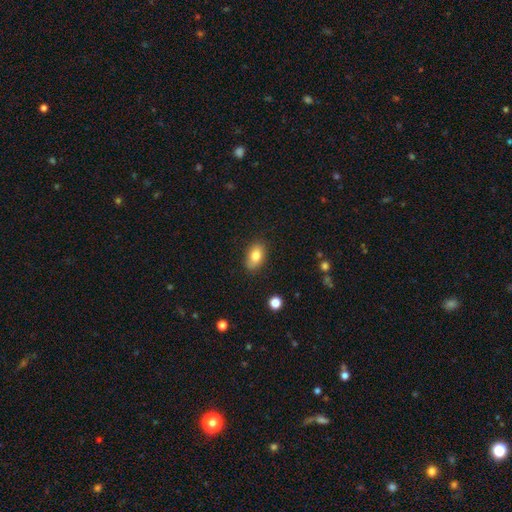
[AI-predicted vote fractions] smooth-or-featured: smooth: 81% | featured or disk: 11% | star or artifact: 8%
  how-rounded: in between: 88% | round: 10% | cigar-shaped: 3%
  merging: none: 83% | minor disturbance: 13% | major disturbance: 3% | merger: 1%